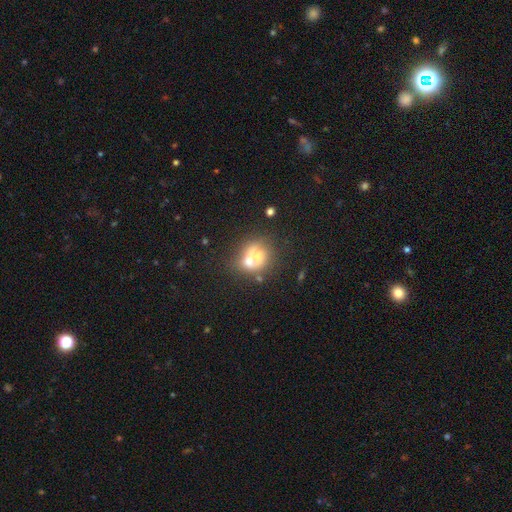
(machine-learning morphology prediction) Smooth or featured?
  - smooth: 57% *
  - featured or disk: 30%
  - star or artifact: 13%
How rounded?
  - round: 64% *
  - in between: 35%
  - cigar-shaped: 1%
Merging?
  - merger: 48% *
  - none: 30%
  - minor disturbance: 12%
  - major disturbance: 10%